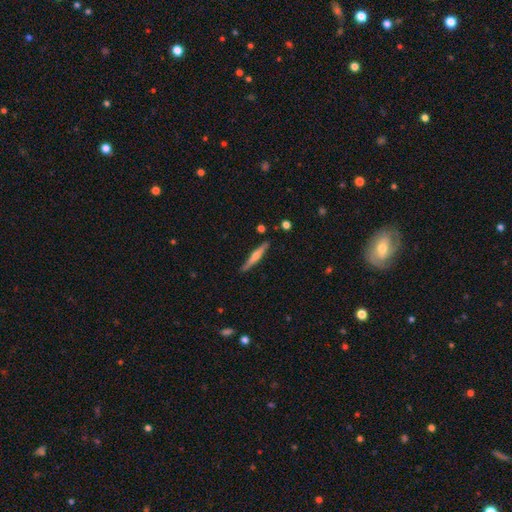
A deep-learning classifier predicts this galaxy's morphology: This is likely a featured or disk galaxy (64%). It is clearly viewed edge-on (97%). Edge-on bulge: likely rounded (79%). Merging: clearly none (88%).